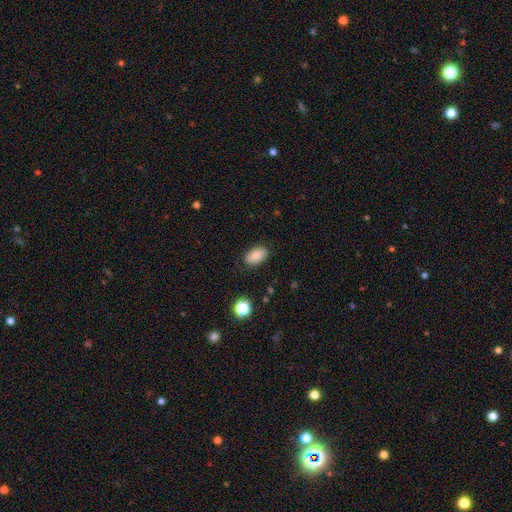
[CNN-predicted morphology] Smooth or featured: smooth — 84% (star or artifact — 9%)
How rounded: in between — 92% (round — 6%)
Merging: none — 84% (minor disturbance — 12%)